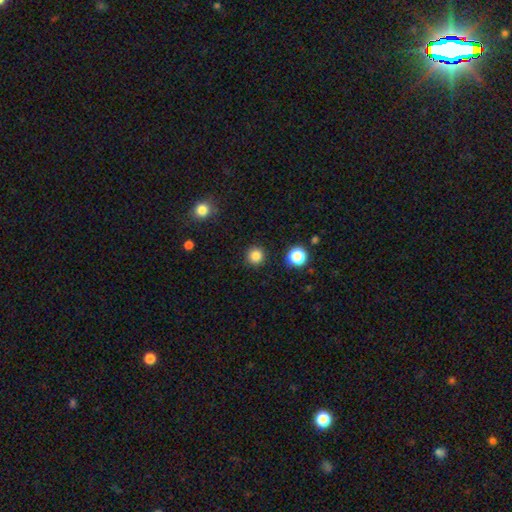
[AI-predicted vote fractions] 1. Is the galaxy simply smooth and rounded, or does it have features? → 84% smooth, 12% star or artifact, 4% featured or disk.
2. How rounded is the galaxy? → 94% round, 5% in between, 1% cigar-shaped.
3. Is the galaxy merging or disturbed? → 91% none, 5% minor disturbance, 2% major disturbance, 1% merger.